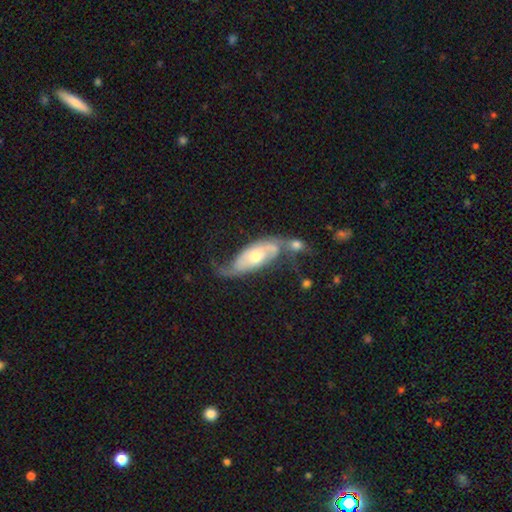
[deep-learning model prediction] This is likely a featured or disk galaxy (74%). It is clearly not viewed edge-on (89%). Bar: likely no (64%). Spiral arm pattern: clearly yes (89%). Spiral arm count: clearly 2 (81%). Spiral winding: possibly loose (56%). Central bulge: likely moderate (64%). Merging: marginally none (33%).